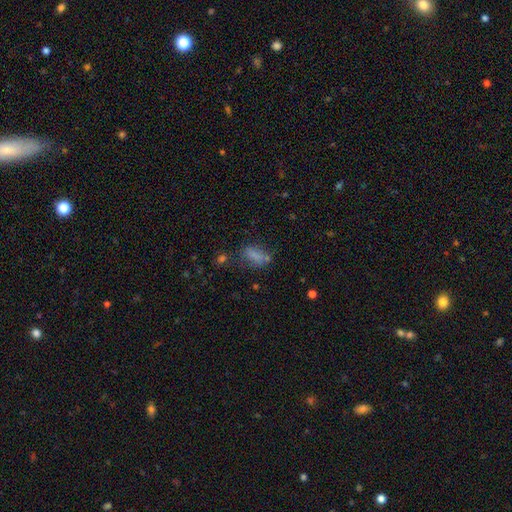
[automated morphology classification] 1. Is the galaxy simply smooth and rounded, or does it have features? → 70% smooth, 15% featured or disk, 15% star or artifact.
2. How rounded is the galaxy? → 73% in between, 20% cigar-shaped, 7% round.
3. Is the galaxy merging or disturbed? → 51% none, 23% minor disturbance, 15% major disturbance, 11% merger.